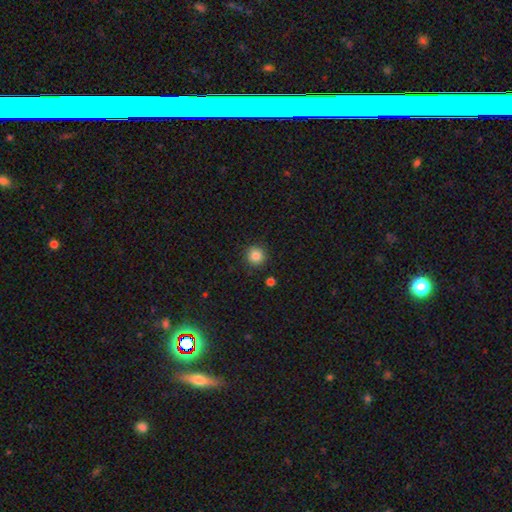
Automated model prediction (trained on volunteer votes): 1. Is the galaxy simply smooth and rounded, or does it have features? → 84% smooth, 10% star or artifact, 5% featured or disk.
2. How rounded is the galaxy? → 94% round, 5% in between, 1% cigar-shaped.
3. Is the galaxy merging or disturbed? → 91% none, 6% minor disturbance, 2% major disturbance, 2% merger.